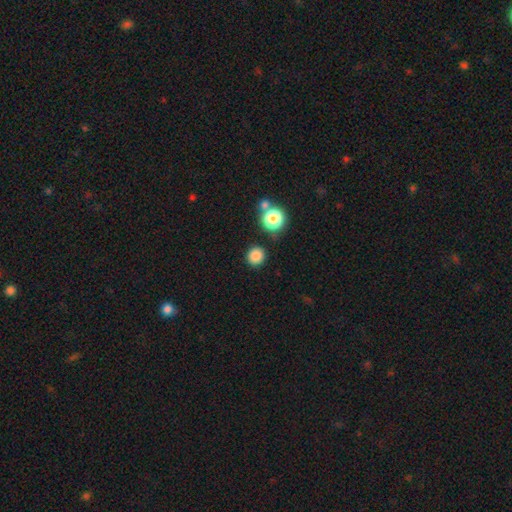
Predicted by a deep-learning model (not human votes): Q: Smooth or featured?
A: smooth (84%); runner-up: star or artifact (12%)
Q: How rounded?
A: round (91%); runner-up: in between (8%)
Q: Merging?
A: none (86%); runner-up: minor disturbance (7%)